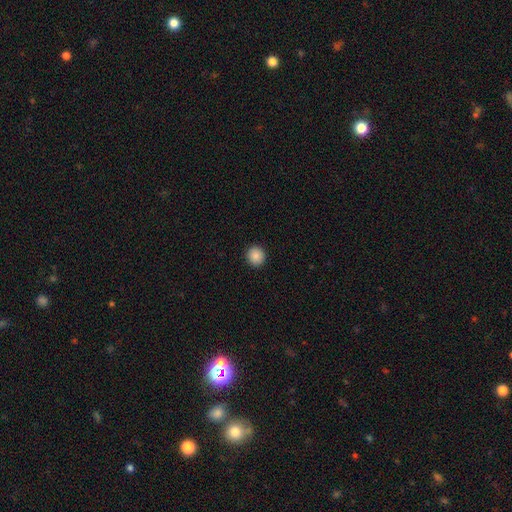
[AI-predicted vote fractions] Smooth or featured? Predicted: smooth (p=0.88). How rounded? Predicted: round (p=0.92). Merging? Predicted: none (p=0.93).